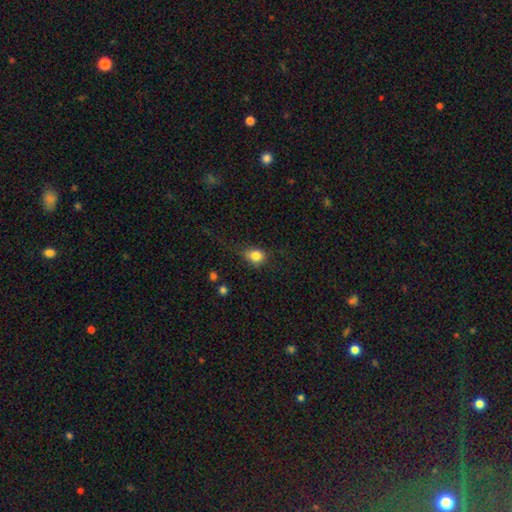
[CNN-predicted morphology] Q: Smooth or featured?
A: smooth (81%); runner-up: star or artifact (10%)
Q: How rounded?
A: round (58%); runner-up: in between (40%)
Q: Merging?
A: none (62%); runner-up: minor disturbance (23%)